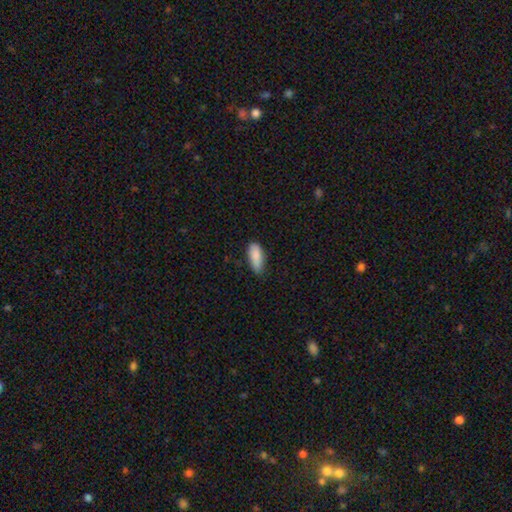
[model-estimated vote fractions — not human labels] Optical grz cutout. It shows a smooth galaxy with no disk features (88%) that is in between round and cigar-shaped (78%). Merging: none (69%).